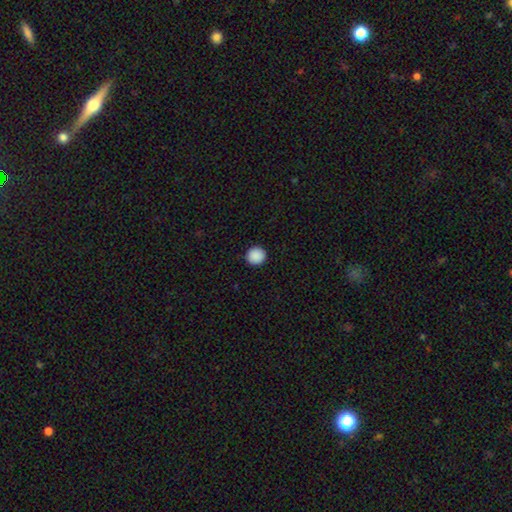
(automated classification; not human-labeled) A smooth galaxy with no disk features (90%) that is round (94%). Merging: none (93%).